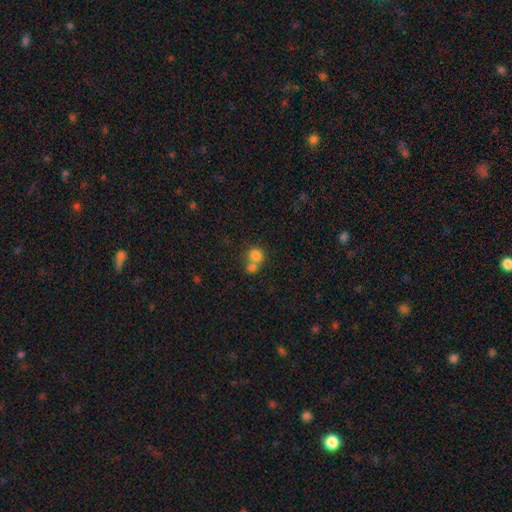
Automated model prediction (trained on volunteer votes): This is likely a smooth galaxy (80%). How rounded: clearly round (84%). Merging: possibly merger (51%).